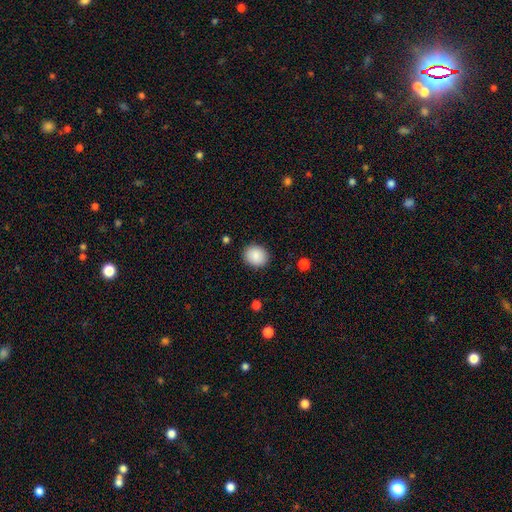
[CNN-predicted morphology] smooth 88%, star or artifact 8%, featured or disk 4%. Down the decision tree: how rounded — round (66%); merging — none (89%).